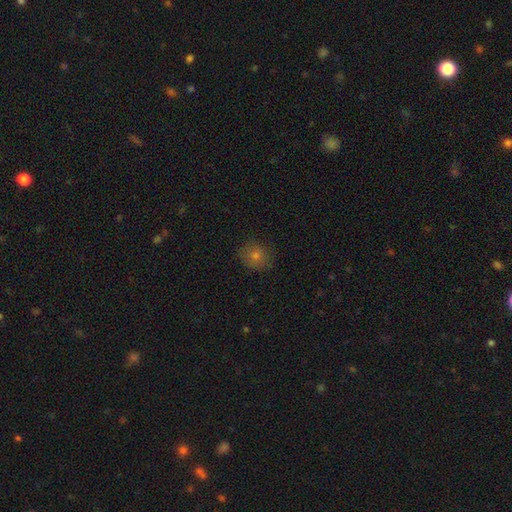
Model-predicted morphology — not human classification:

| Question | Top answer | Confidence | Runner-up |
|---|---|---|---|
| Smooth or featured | smooth | 70% | star or artifact (18%) |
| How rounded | round | 83% | in between (15%) |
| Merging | none | 84% | minor disturbance (12%) |